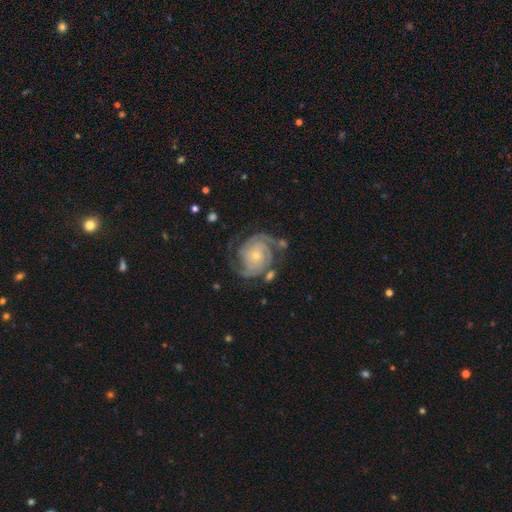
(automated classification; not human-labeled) Overall: featured or disk (89%). Edge-on disk: no (98%). Bar: no (77%). Spiral arms: yes (97%). Spiral arm count: 2 (50%; 3 22%). Spiral winding: tight (59%; medium 33%). Bulge size: small (76%). Merging: none (67%).